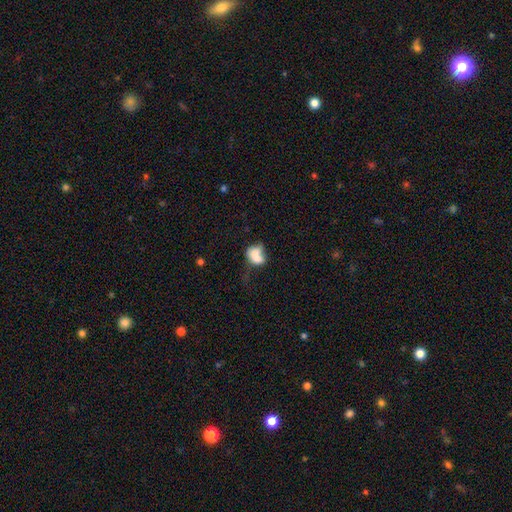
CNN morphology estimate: smooth_or_featured: smooth (p=0.65) [alt: featured or disk p=0.25]
how_rounded: in between (p=0.61) [alt: round p=0.37]
merging: merger (p=0.57) [alt: none p=0.18]